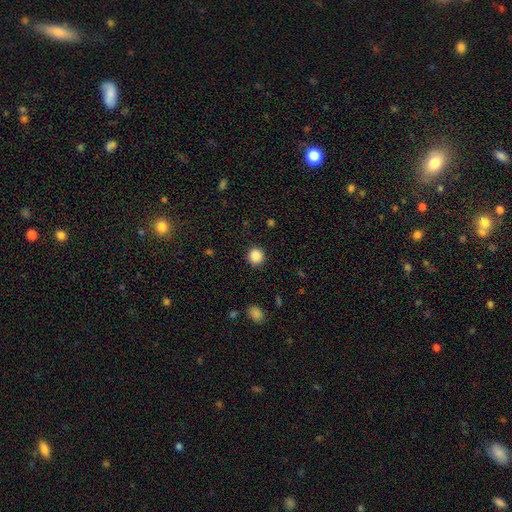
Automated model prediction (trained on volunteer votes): A smooth galaxy with no disk features (88%) that is round (92%). Merging: none (90%).